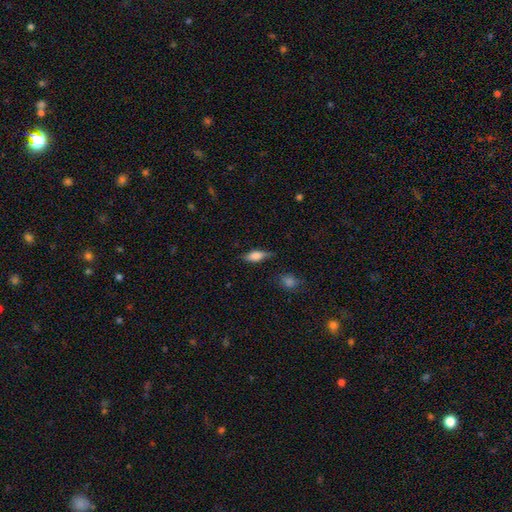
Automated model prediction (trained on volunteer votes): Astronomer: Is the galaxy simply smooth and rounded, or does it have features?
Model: smooth — 68%.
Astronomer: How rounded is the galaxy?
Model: in between — 69%.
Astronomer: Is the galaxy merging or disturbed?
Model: none — 73%.